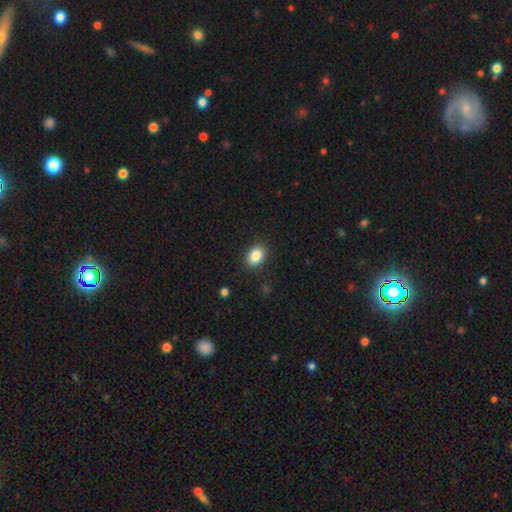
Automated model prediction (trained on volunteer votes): This appears to be a smooth galaxy with no disk features (86%) that is in between round and cigar-shaped (75%). Merging: none (88%).